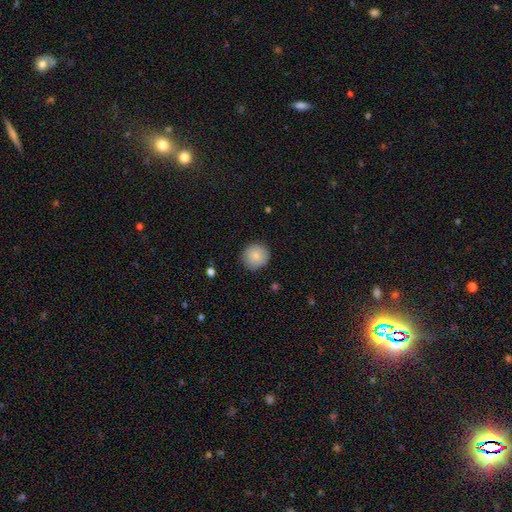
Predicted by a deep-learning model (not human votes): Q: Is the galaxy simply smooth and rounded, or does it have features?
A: smooth — 85%.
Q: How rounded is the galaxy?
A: round — 90%.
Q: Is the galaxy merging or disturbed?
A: none — 87%.